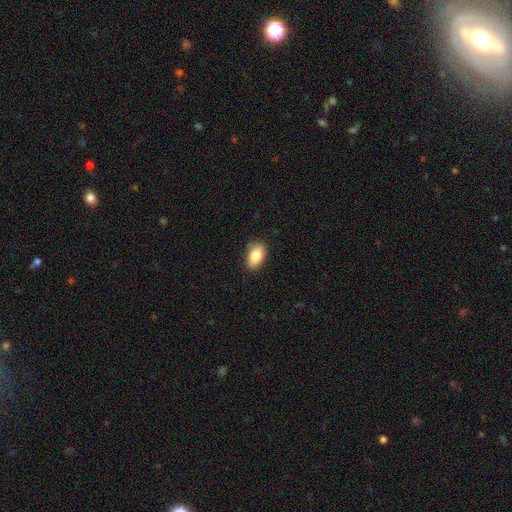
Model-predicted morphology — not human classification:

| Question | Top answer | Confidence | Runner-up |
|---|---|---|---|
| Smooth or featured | smooth | 86% | star or artifact (7%) |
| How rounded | in between | 91% | round (7%) |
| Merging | none | 86% | minor disturbance (11%) |